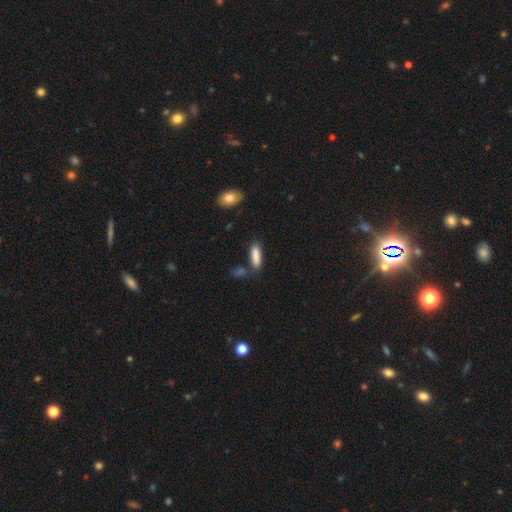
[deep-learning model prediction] Smooth or featured? smooth (85%)
How rounded? cigar-shaped (56%)
Merging? none (65%)